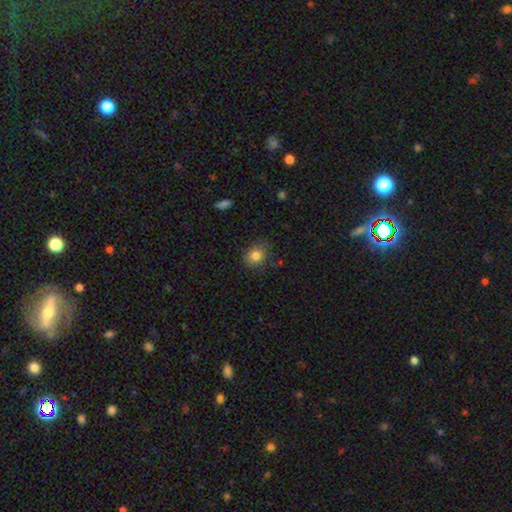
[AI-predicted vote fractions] smooth-or-featured: smooth: 82% | star or artifact: 11% | featured or disk: 7%
  how-rounded: round: 66% | in between: 33% | cigar-shaped: 1%
  merging: none: 78% | minor disturbance: 17% | major disturbance: 4% | merger: 1%